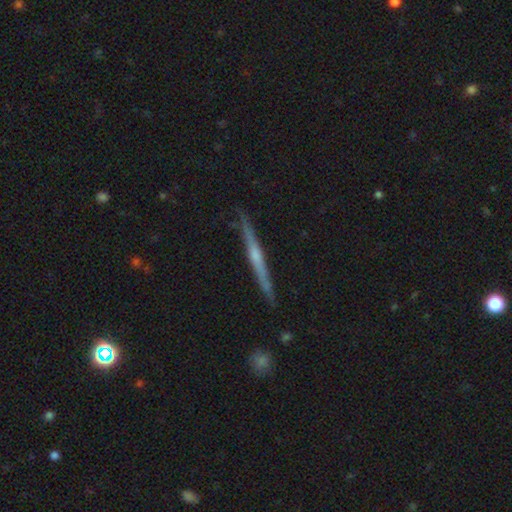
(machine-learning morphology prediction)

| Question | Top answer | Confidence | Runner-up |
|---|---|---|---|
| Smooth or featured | featured or disk | 75% | smooth (19%) |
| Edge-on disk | yes | 98% | no (2%) |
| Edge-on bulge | rounded | 63% | none (29%) |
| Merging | none | 90% | minor disturbance (8%) |